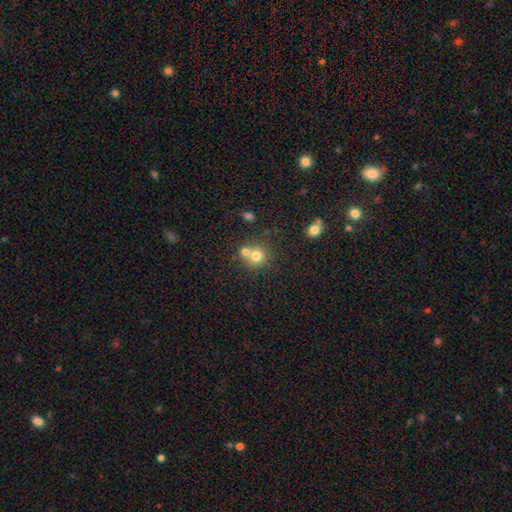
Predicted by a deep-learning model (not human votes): Q: Smooth or featured?
A: smooth (75%); runner-up: star or artifact (13%)
Q: How rounded?
A: round (87%); runner-up: in between (12%)
Q: Merging?
A: none (50%); runner-up: merger (40%)